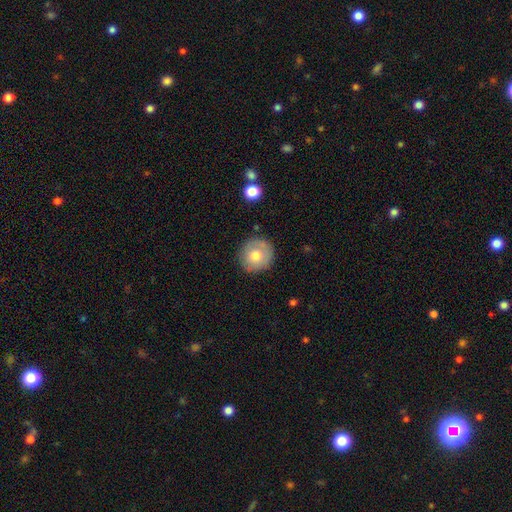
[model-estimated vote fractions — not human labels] A smooth galaxy with no disk features (72%) that is round (93%). Merging: none (84%).